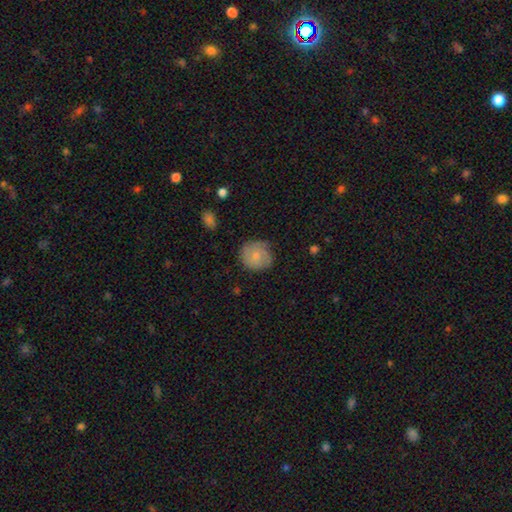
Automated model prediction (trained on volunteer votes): Smooth or featured: smooth — 56% (featured or disk — 37%)
How rounded: round — 87% (in between — 13%)
Merging: none — 74% (minor disturbance — 20%)